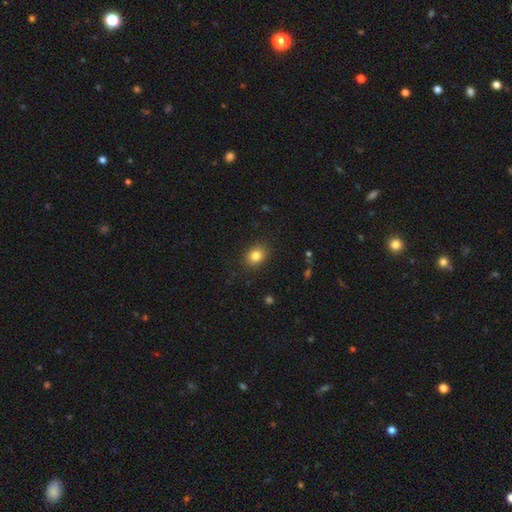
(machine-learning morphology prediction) smooth 83%, star or artifact 10%, featured or disk 7%. Down the decision tree: how rounded — in between (53%); merging — none (88%).